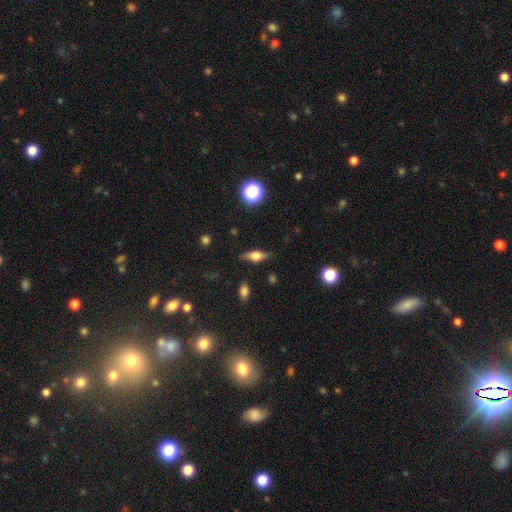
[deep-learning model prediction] Smooth or featured? featured or disk (46%)
Merging? none (81%)